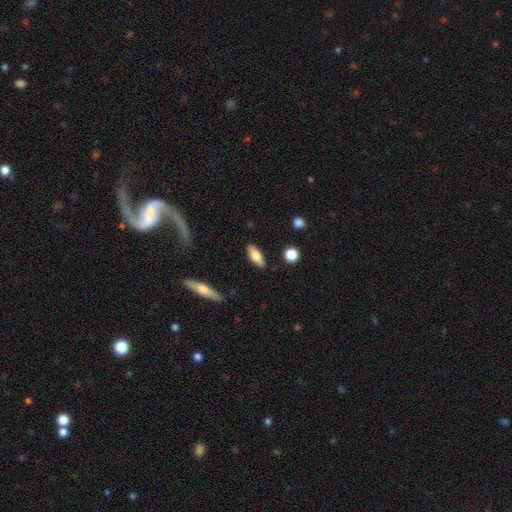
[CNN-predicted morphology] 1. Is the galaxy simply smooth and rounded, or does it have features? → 72% smooth, 21% featured or disk, 6% star or artifact.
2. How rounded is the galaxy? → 72% in between, 25% cigar-shaped, 3% round.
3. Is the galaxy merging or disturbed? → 86% none, 10% minor disturbance, 2% major disturbance, 2% merger.